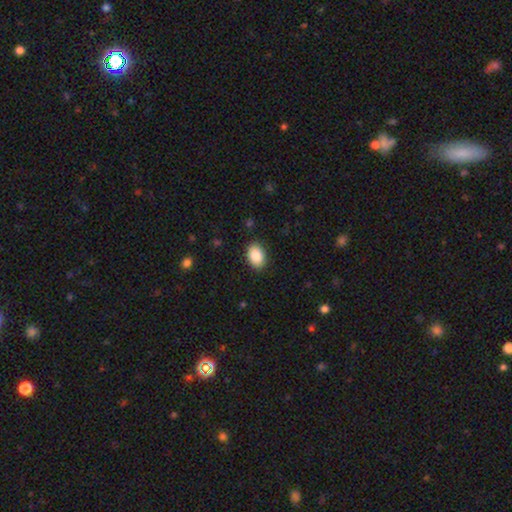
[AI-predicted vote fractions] This is clearly a smooth galaxy (87%). How rounded: clearly in between (88%). Merging: clearly none (89%).